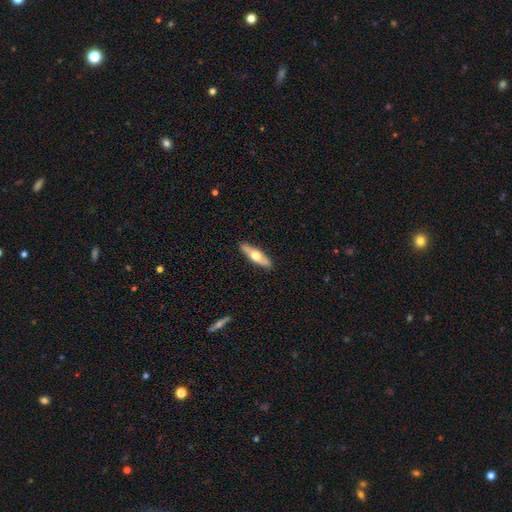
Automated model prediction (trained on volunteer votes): smooth 49%, featured or disk 46%, star or artifact 5%. Down the decision tree: merging — none (89%).